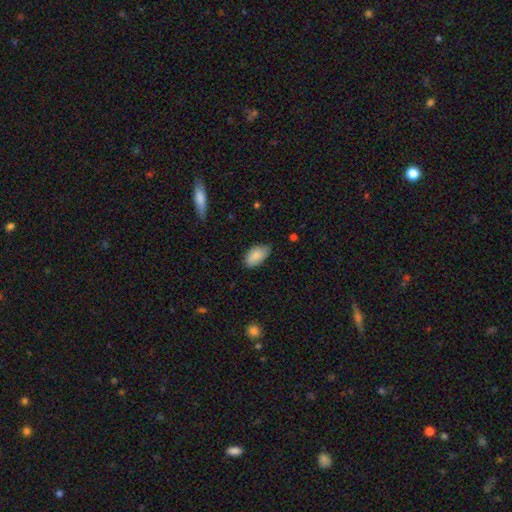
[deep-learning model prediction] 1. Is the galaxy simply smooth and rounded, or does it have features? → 87% smooth, 7% featured or disk, 6% star or artifact.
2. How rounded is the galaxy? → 94% in between, 4% round, 2% cigar-shaped.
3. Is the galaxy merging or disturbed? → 74% none, 21% minor disturbance, 3% major disturbance, 1% merger.